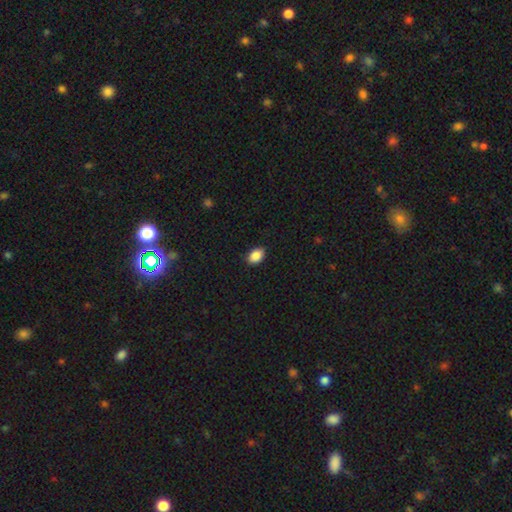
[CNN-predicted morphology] Smooth or featured? smooth (89%)
How rounded? in between (84%)
Merging? none (88%)